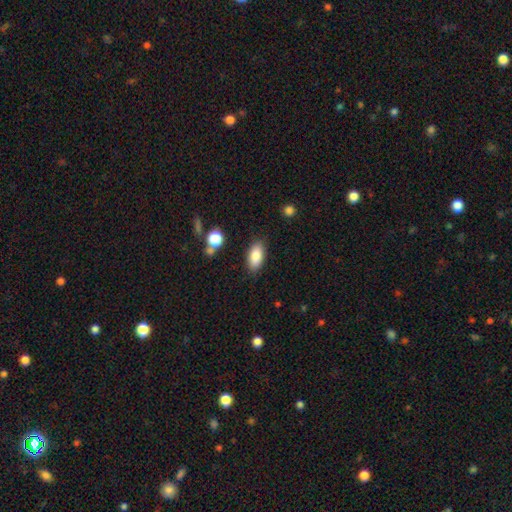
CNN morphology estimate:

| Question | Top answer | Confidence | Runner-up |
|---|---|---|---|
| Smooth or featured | smooth | 85% | featured or disk (8%) |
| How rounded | in between | 90% | cigar-shaped (7%) |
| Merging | none | 83% | minor disturbance (11%) |